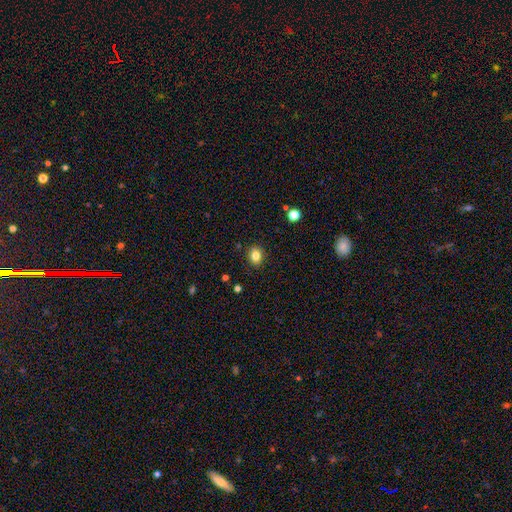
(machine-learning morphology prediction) smooth_or_featured: smooth (p=0.83) [alt: star or artifact p=0.11]
how_rounded: in between (p=0.56) [alt: round p=0.43]
merging: none (p=0.88) [alt: minor disturbance p=0.08]